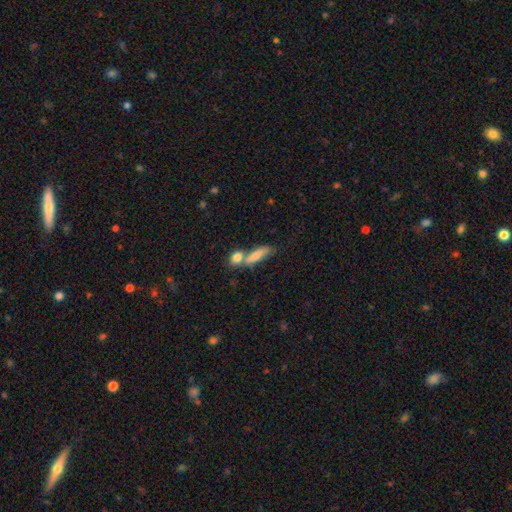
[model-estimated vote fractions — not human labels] Smooth or featured? smooth (77%)
How rounded? cigar-shaped (48%)
Merging? merger (49%)